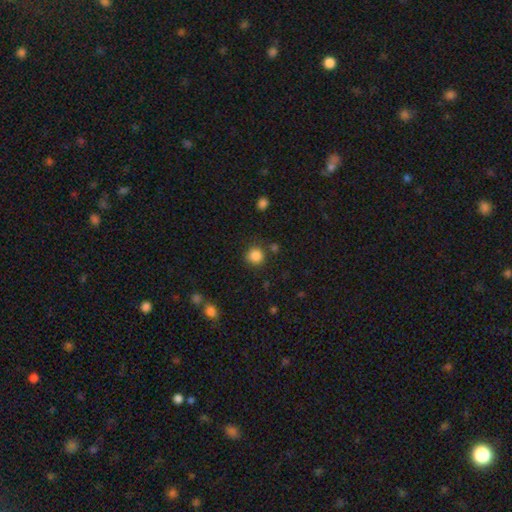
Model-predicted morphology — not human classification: This is clearly a smooth galaxy (85%). How rounded: clearly round (89%). Merging: clearly none (81%).